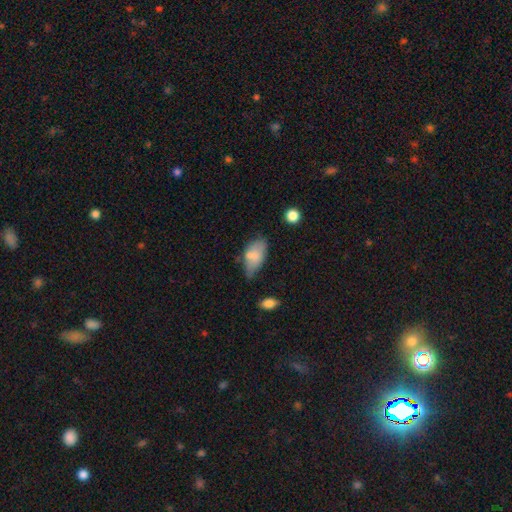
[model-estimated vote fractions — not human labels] Smooth or featured: smooth — 74% (featured or disk — 18%)
How rounded: in between — 92% (cigar-shaped — 5%)
Merging: none — 43% (minor disturbance — 36%)